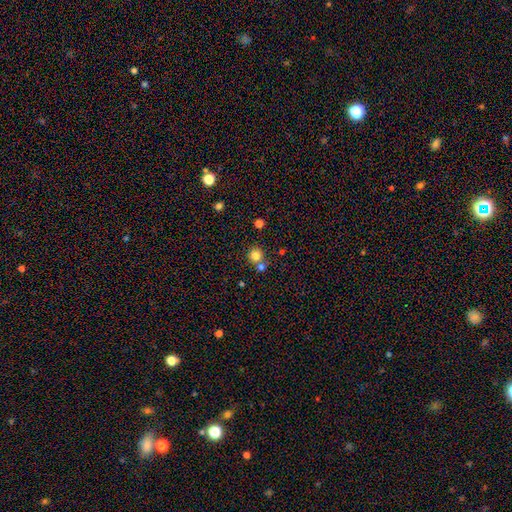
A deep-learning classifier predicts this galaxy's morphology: This appears to be a smooth galaxy with no disk features (81%) that is round (92%). Merging: none (64%).